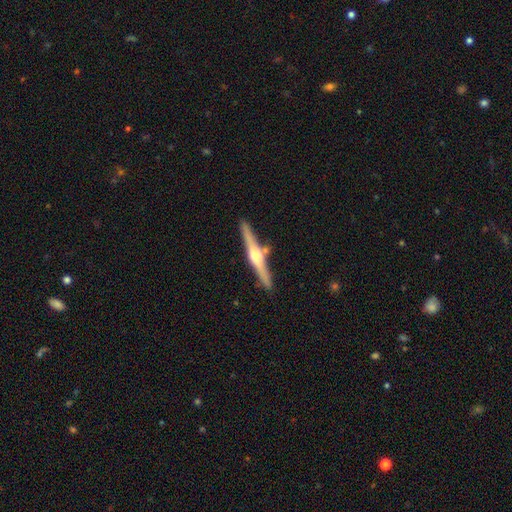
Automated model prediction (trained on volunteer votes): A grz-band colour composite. It shows a featured or disk galaxy (75%) viewed edge-on (98%) with a rounded central bulge (93%). Merging: none (83%).